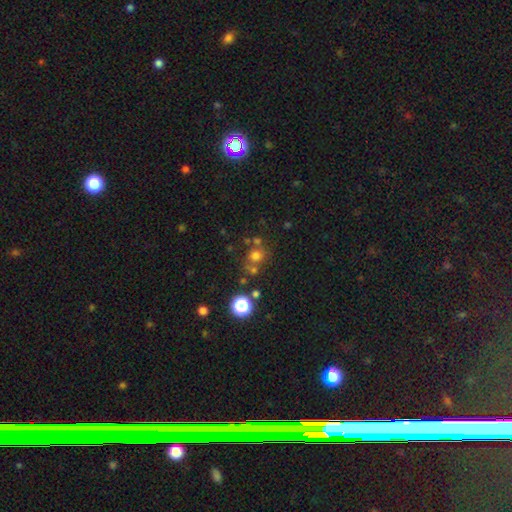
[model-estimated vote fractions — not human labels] smooth 67%, star or artifact 23%, featured or disk 10%. Down the decision tree: how rounded — round (84%); merging — none (64%).